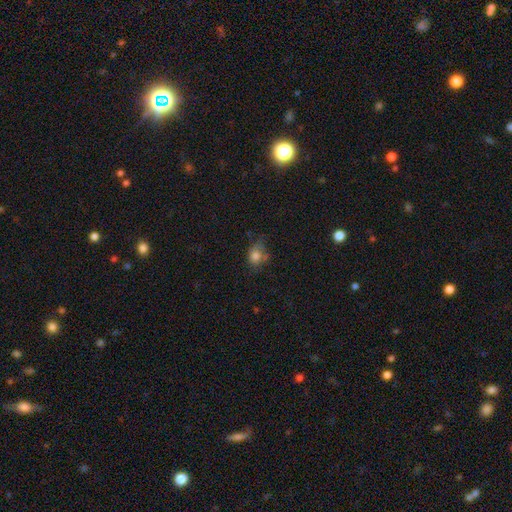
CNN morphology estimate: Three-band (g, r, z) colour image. It shows a smooth galaxy with no disk features (78%) that is round (52%). Merging: none (46%).